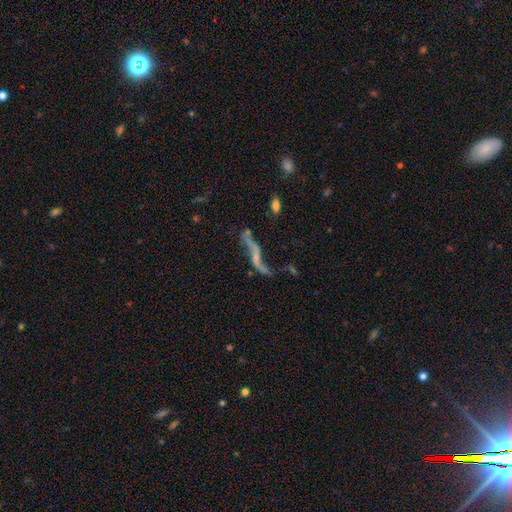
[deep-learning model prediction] Smooth or featured: featured or disk — 75% (smooth — 14%)
Edge-on disk: no — 76% (yes — 24%)
Bar: no — 50% (weak — 28%)
Spiral arms: yes — 76% (no — 24%)
Bulge size: none — 51% (small — 35%)
Merging: none — 45% (major disturbance — 24%)